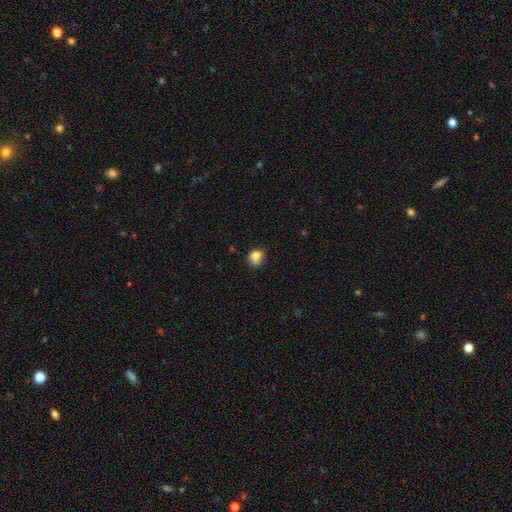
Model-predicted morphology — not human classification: smooth_or_featured: smooth (p=0.80) [alt: star or artifact p=0.11]
how_rounded: round (p=0.60) [alt: in between p=0.39]
merging: none (p=0.53) [alt: minor disturbance p=0.30]